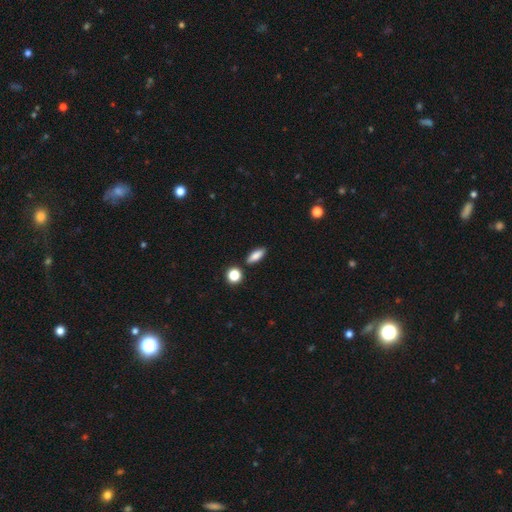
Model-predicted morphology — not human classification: This appears to be a smooth galaxy with no disk features (81%) that is in between round and cigar-shaped (62%). Merging: none (85%).